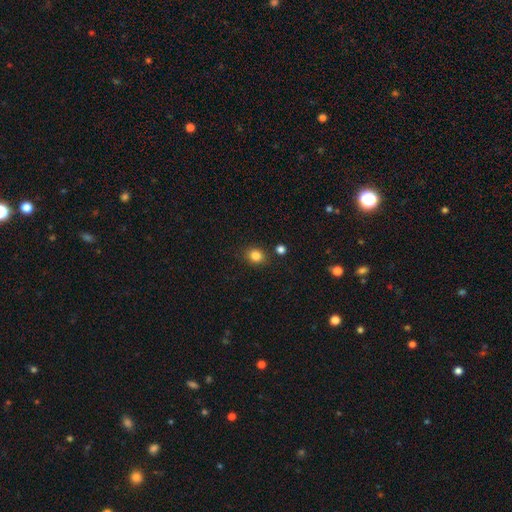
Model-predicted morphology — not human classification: smooth-or-featured: smooth: 83% | star or artifact: 12% | featured or disk: 5%
  how-rounded: round: 68% | in between: 31% | cigar-shaped: 1%
  merging: none: 84% | minor disturbance: 9% | merger: 4% | major disturbance: 3%